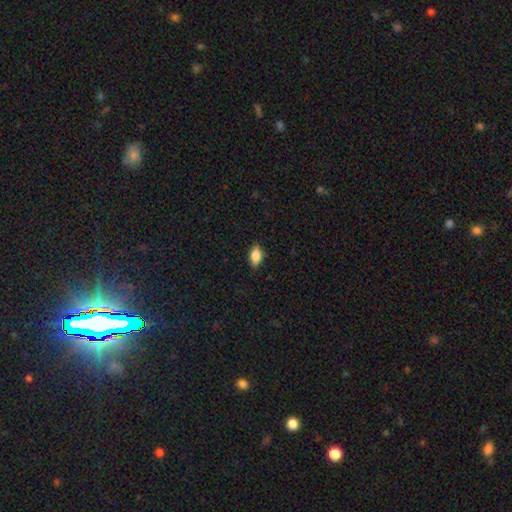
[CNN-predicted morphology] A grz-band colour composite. It shows a smooth galaxy with no disk features (80%) that is in between round and cigar-shaped (88%). Merging: none (87%).